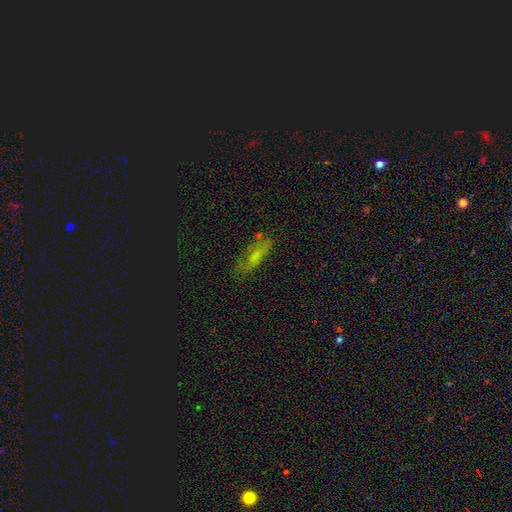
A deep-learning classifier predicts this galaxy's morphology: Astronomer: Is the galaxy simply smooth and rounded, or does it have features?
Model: smooth — 60%.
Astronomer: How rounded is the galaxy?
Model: in between — 51% (runner-up: cigar-shaped, 45%).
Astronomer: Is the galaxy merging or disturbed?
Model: none — 70%.